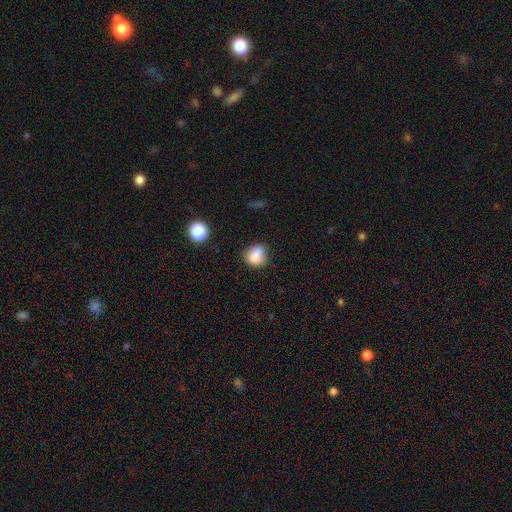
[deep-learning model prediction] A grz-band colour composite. It shows a smooth galaxy with no disk features (84%) that is round (62%). Merging: none (63%).